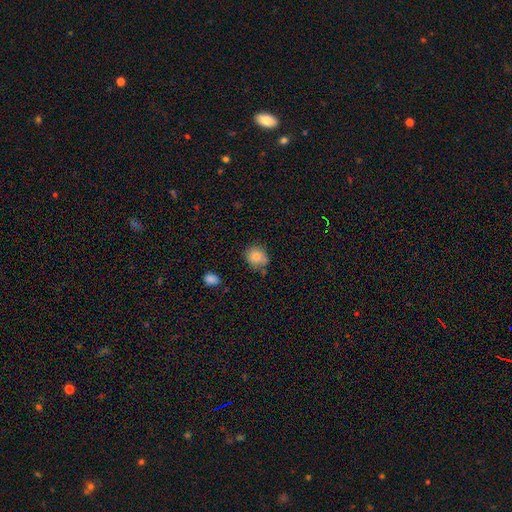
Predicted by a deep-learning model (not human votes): Smooth or featured? smooth (82%)
How rounded? round (75%)
Merging? none (66%)